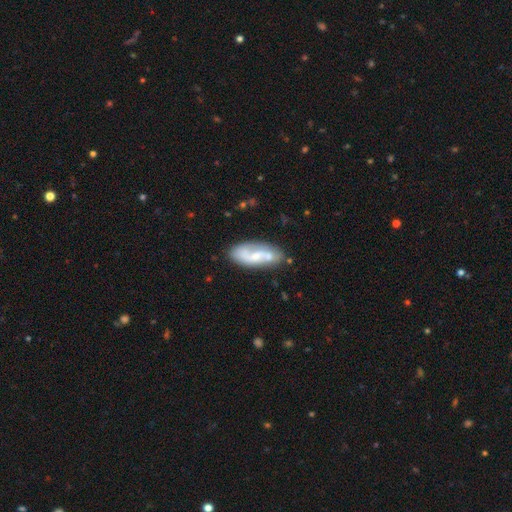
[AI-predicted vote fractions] smooth_or_featured: featured or disk (p=0.59) [alt: smooth p=0.34]
disk_edge_on: no (p=0.91) [alt: yes p=0.09]
bar: no (p=0.50) [alt: weak p=0.37]
has_spiral_arms: yes (p=0.76) [alt: no p=0.24]
bulge_size: small (p=0.47) [alt: moderate p=0.36]
merging: none (p=0.64) [alt: minor disturbance p=0.19]